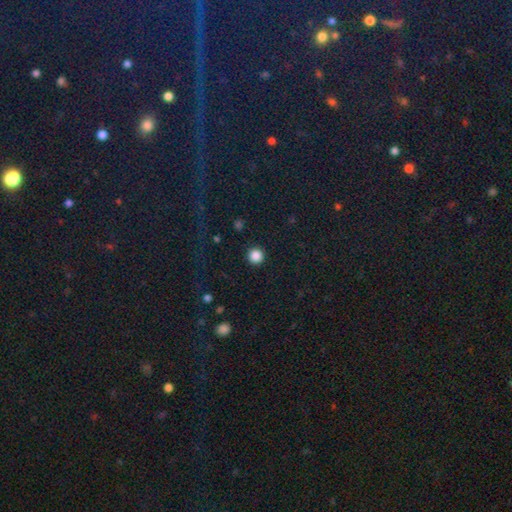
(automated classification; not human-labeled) Smooth or featured?
  - smooth: 86% *
  - star or artifact: 11%
  - featured or disk: 3%
How rounded?
  - round: 96% *
  - in between: 3%
  - cigar-shaped: 1%
Merging?
  - none: 93% *
  - minor disturbance: 4%
  - major disturbance: 2%
  - merger: 1%